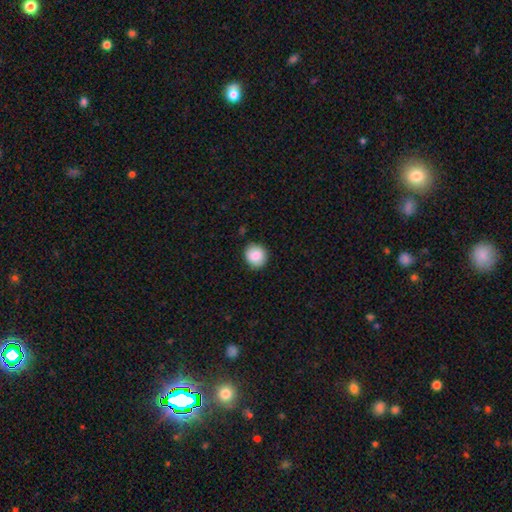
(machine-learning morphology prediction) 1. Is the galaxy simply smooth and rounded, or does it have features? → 87% smooth, 8% star or artifact, 5% featured or disk.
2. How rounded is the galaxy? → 85% round, 14% in between, 1% cigar-shaped.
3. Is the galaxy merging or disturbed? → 87% none, 9% minor disturbance, 2% major disturbance, 1% merger.